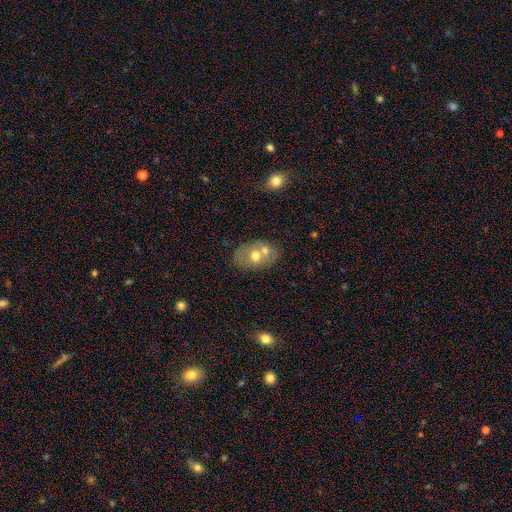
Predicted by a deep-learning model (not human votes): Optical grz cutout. It shows a smooth galaxy with no disk features (58%) that is in between round and cigar-shaped (73%). Merging: none (45%).